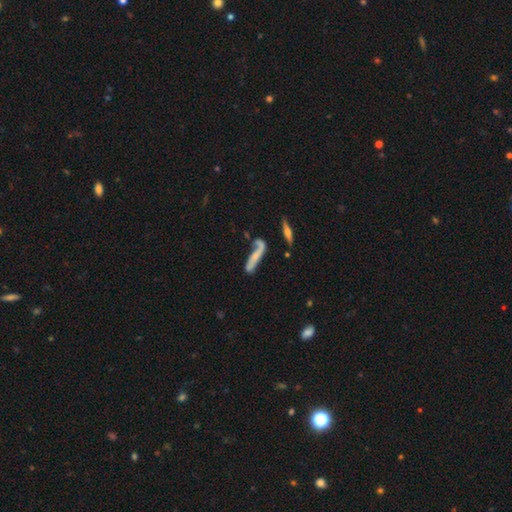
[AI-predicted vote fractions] Smooth or featured? Predicted: featured or disk (p=0.52). Edge-on disk? Predicted: no (p=0.55). Merging? Predicted: none (p=0.41).